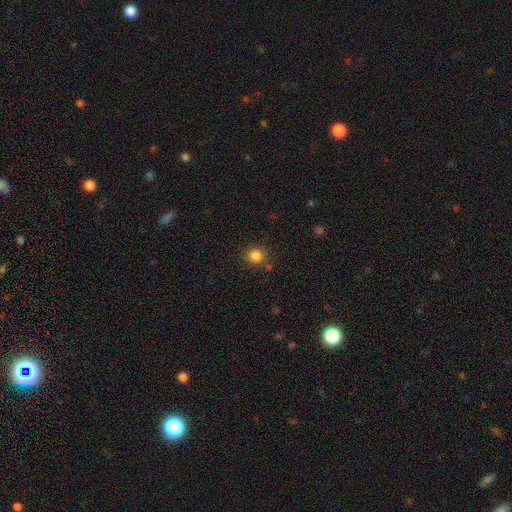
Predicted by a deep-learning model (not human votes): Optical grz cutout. It shows a smooth galaxy with no disk features (83%) that is round (82%). Merging: none (83%).